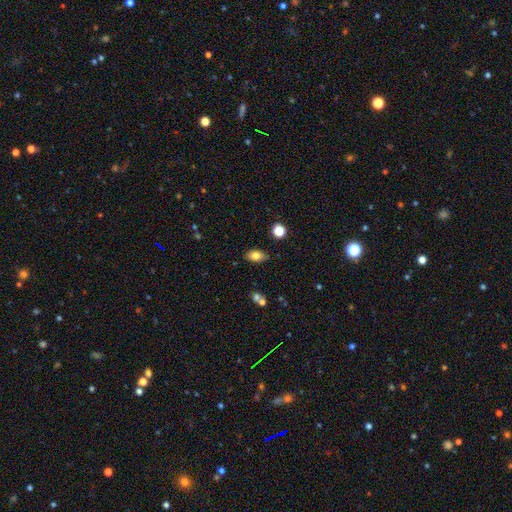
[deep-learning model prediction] Overall: smooth (78%). How rounded: in between (88%). Merging: none (83%).